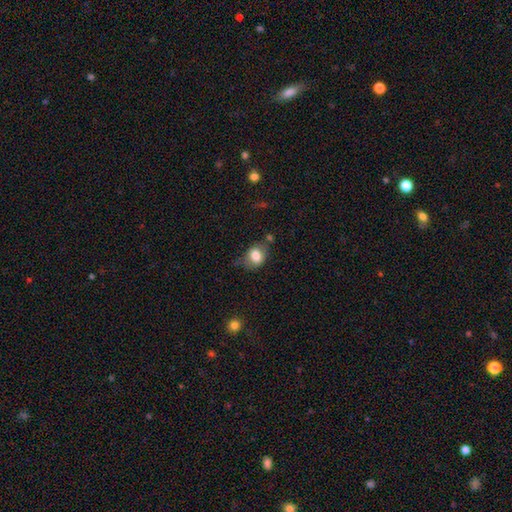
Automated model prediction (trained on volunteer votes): This is likely a smooth galaxy (78%). How rounded: likely in between (63%). Merging: possibly none (54%).